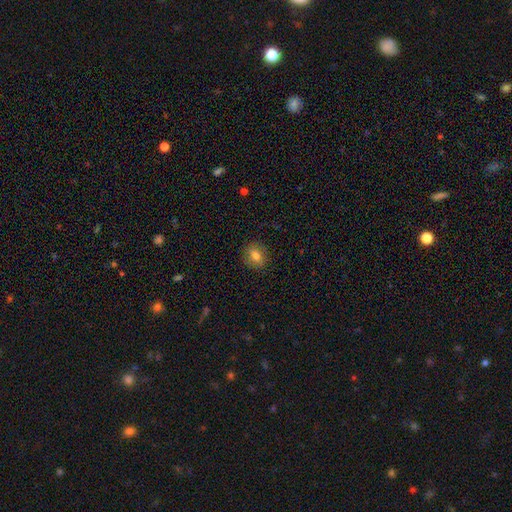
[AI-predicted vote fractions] Morphology: type=smooth (73%); roundness=round (73%); merging=none (87%).